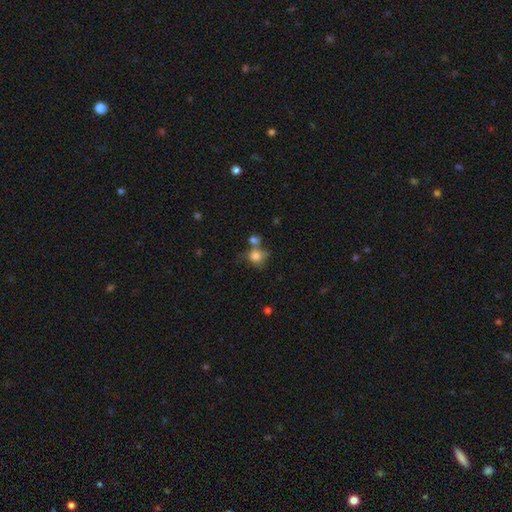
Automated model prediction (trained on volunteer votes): This appears to be a smooth galaxy with no disk features (78%) that is round (79%). Merging: none (46%).